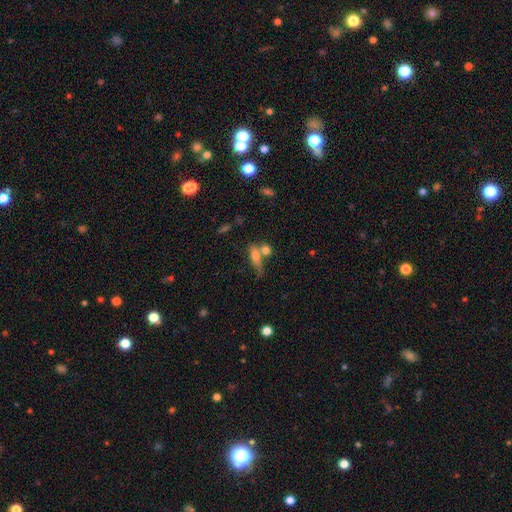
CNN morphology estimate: This is possibly a smooth galaxy (59%). How rounded: possibly cigar-shaped (49%). Merging: marginally none (44%).